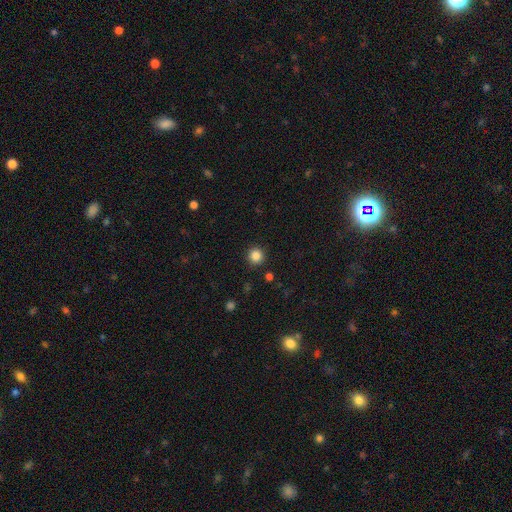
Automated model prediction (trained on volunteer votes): A smooth galaxy with no disk features (85%) that is round (95%). Merging: none (92%).